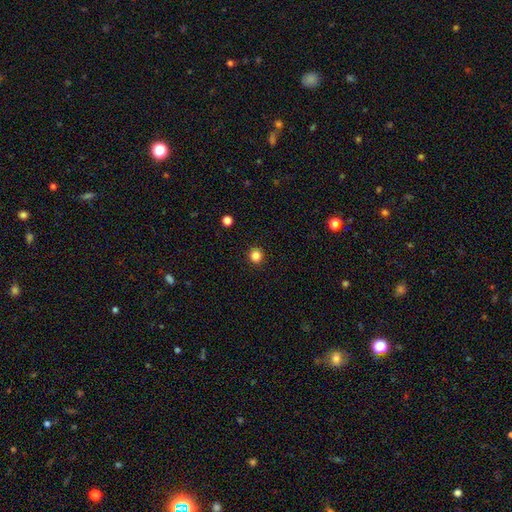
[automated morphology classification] The model was most divided on "smooth or featured": smooth: 84%, star or artifact: 12%, featured or disk: 4%. More confident: how rounded — round (94%); merging — none (93%).